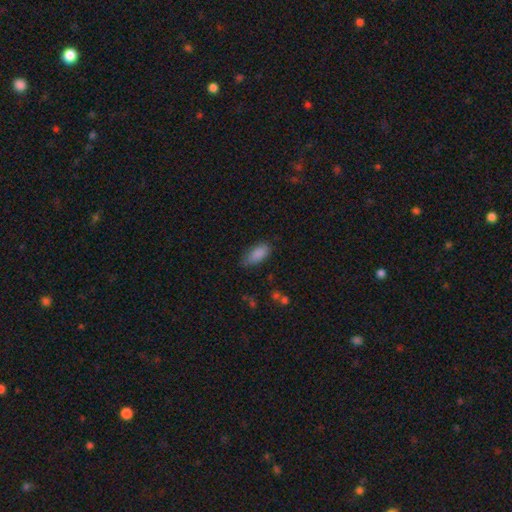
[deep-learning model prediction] A smooth galaxy with no disk features (86%) that is in between round and cigar-shaped (85%). Merging: none (74%).